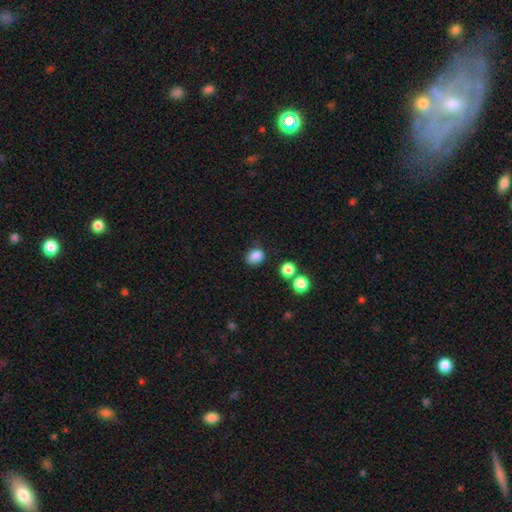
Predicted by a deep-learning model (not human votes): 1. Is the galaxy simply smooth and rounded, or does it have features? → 85% smooth, 11% star or artifact, 4% featured or disk.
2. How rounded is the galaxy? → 52% in between, 47% round, 1% cigar-shaped.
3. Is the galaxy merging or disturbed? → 75% none, 17% minor disturbance, 4% major disturbance, 4% merger.